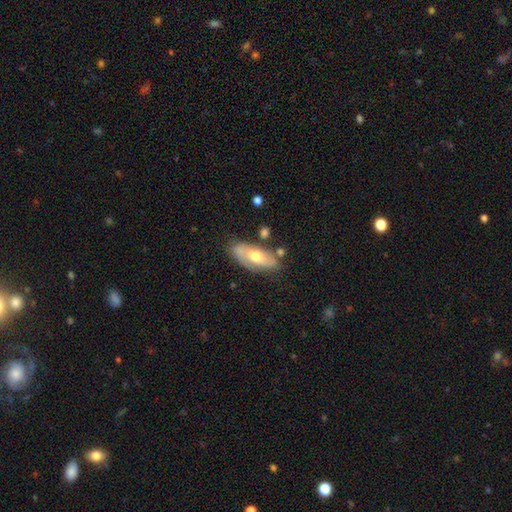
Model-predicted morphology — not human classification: A featured or disk galaxy (48%).

Vote fractions:
- Smooth or featured? featured or disk: 48% / smooth: 45% / star or artifact: 6%
- Merging? none: 69% / minor disturbance: 20% / merger: 6% / major disturbance: 5%